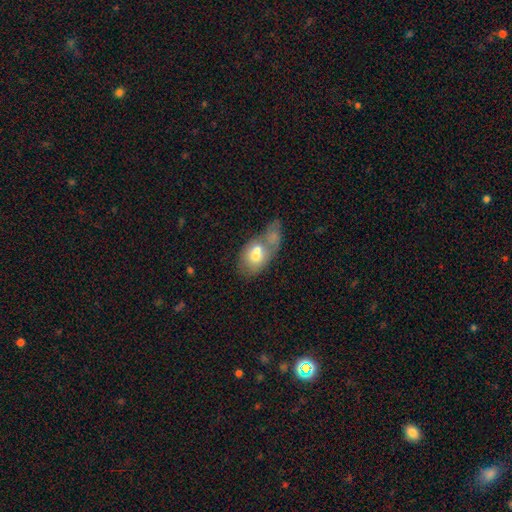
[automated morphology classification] smooth_or_featured: smooth (p=0.65) [alt: featured or disk p=0.28]
how_rounded: in between (p=0.81) [alt: round p=0.16]
merging: merger (p=0.60) [alt: none p=0.20]